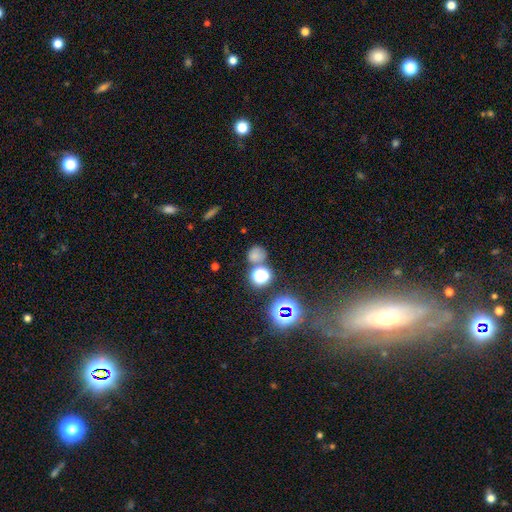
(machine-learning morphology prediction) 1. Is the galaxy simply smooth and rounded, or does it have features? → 65% smooth, 28% star or artifact, 8% featured or disk.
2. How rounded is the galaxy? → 79% round, 20% in between, 1% cigar-shaped.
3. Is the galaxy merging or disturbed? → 61% none, 22% merger, 12% minor disturbance, 5% major disturbance.